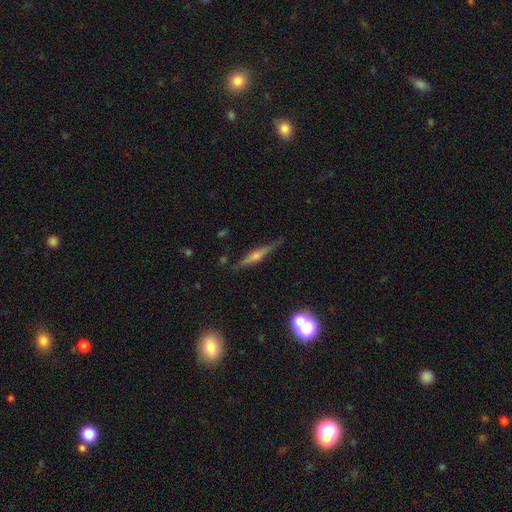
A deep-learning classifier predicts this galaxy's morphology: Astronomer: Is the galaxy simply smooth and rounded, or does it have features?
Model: featured or disk — 70%.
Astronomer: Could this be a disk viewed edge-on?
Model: yes — 97%.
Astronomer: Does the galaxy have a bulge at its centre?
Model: rounded — 77%.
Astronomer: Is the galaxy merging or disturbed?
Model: none — 86%.